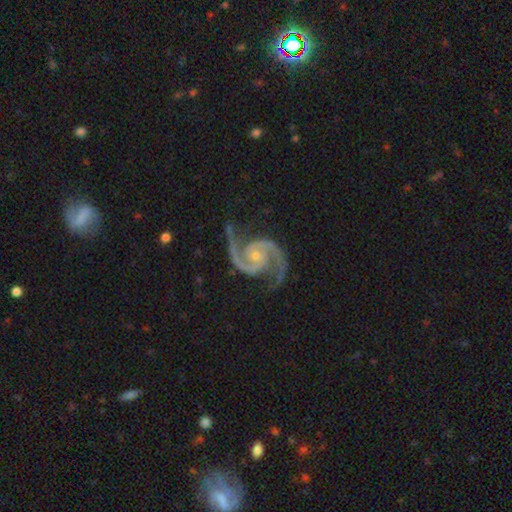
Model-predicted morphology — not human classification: smooth-or-featured: featured or disk: 95% | star or artifact: 3% | smooth: 2%
  disk-edge-on: no: 98% | yes: 2%
    bar: no: 67% | weak: 24% | strong: 9%
    has-spiral-arms: yes: 99% | no: 1%
      spiral-winding: medium: 64% | tight: 23% | loose: 12%
      spiral-arm-count: 2: 94% | 3: 2% | can't tell: 1% | 1: 1% | 4: 1% | more than 4: 1%
    bulge-size: small: 69% | moderate: 26% | none: 2% | large: 1% | dominant: 1%
  merging: none: 78% | minor disturbance: 15% | major disturbance: 5% | merger: 2%